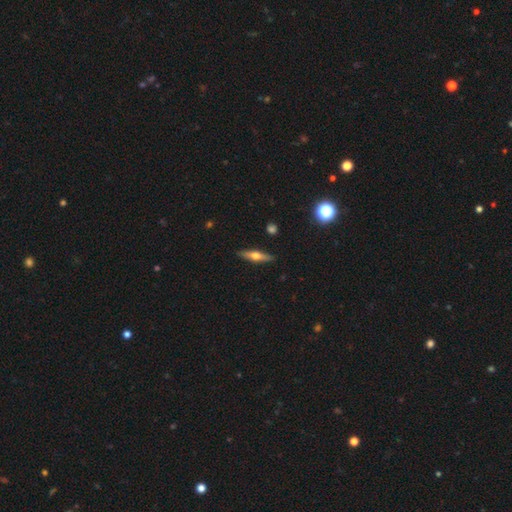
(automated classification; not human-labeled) Overall: featured or disk (51%; smooth 43%). Edge-on disk: yes (92%). Merging: none (89%).